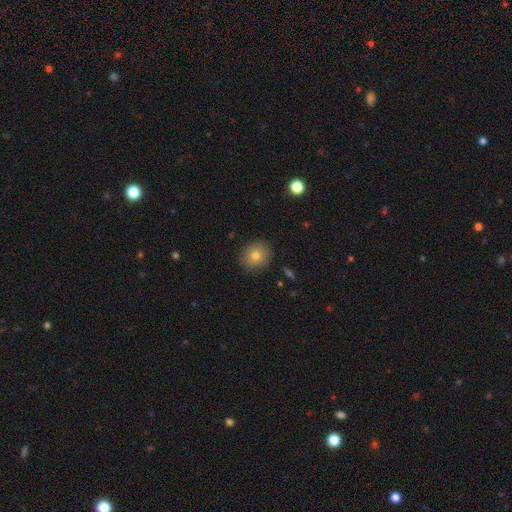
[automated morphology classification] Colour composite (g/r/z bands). It shows a smooth galaxy with no disk features (77%) that is round (80%). Merging: none (88%).